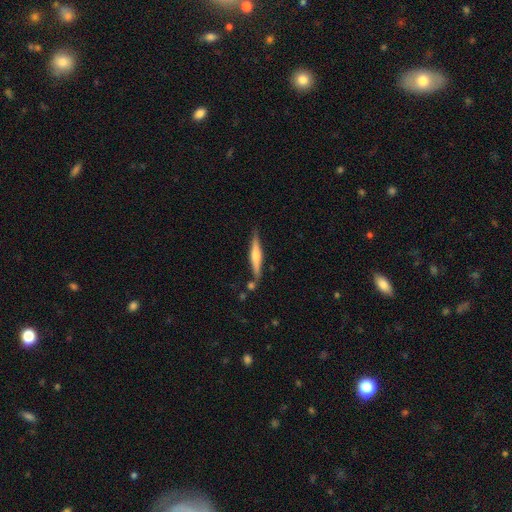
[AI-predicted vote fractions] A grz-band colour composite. It shows a featured or disk galaxy (52%) viewed edge-on (97%) with a rounded central bulge (65%). Merging: none (77%).